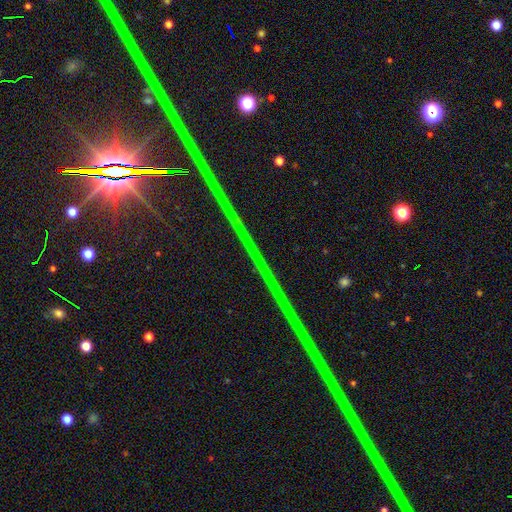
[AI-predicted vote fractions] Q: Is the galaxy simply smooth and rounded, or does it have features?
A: star or artifact — 88%.